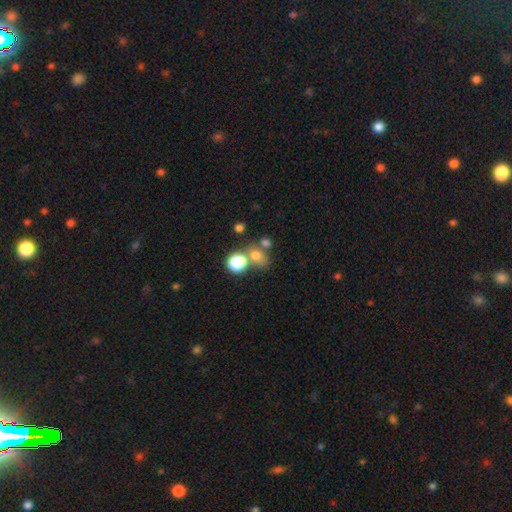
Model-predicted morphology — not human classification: This is likely a smooth galaxy (72%). How rounded: possibly round (54%). Merging: possibly merger (46%).